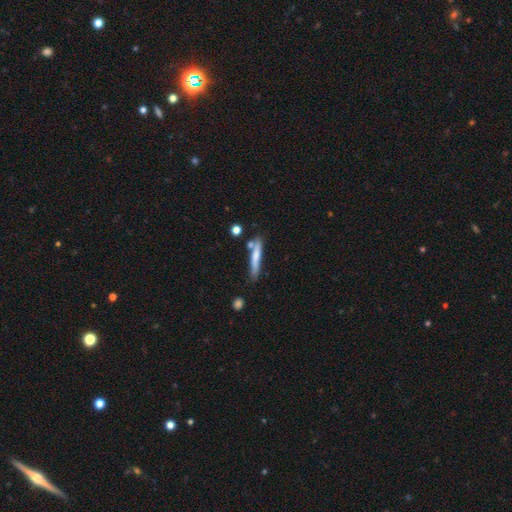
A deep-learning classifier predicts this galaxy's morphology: Q: Smooth or featured?
A: smooth (65%); runner-up: featured or disk (28%)
Q: How rounded?
A: cigar-shaped (92%); runner-up: in between (6%)
Q: Merging?
A: none (69%); runner-up: minor disturbance (18%)